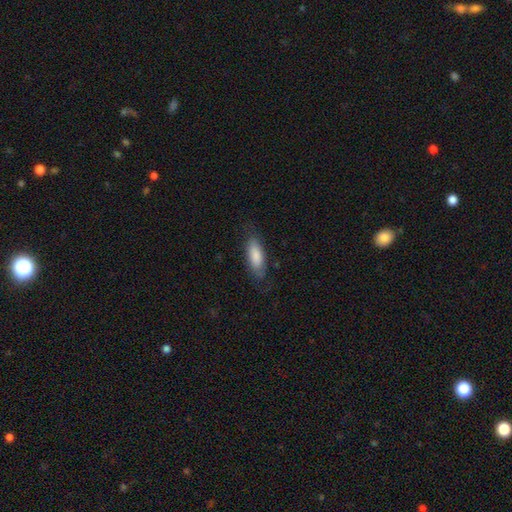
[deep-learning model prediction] smooth-or-featured: smooth: 81% | featured or disk: 14% | star or artifact: 6%
  how-rounded: in between: 71% | cigar-shaped: 27% | round: 2%
  merging: none: 74% | minor disturbance: 19% | major disturbance: 6% | merger: 1%